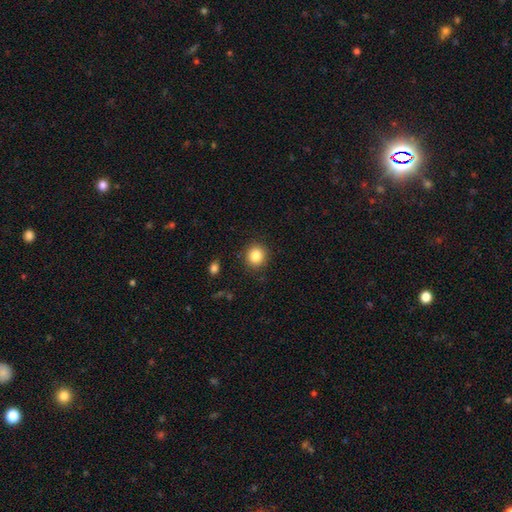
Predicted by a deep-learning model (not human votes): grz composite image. It shows a smooth galaxy with no disk features (84%) that is round (89%). Merging: none (89%).